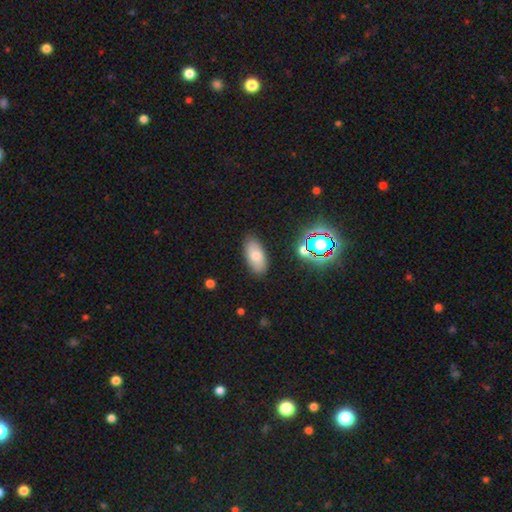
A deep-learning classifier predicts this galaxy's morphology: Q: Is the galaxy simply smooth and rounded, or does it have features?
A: smooth — 73%.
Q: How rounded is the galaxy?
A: in between — 92%.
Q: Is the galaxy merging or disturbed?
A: none — 84%.